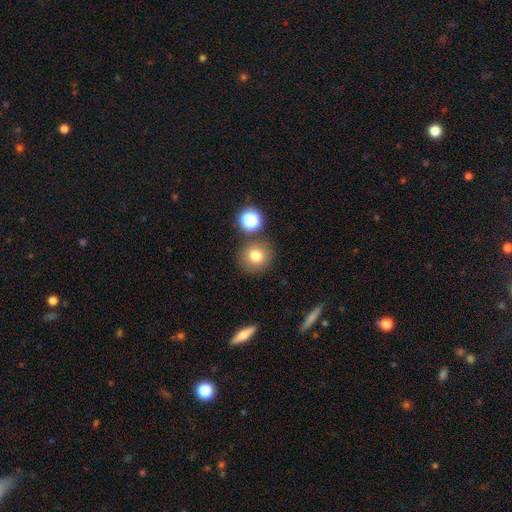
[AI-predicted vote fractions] Smooth or featured? Predicted: smooth (p=0.77). How rounded? Predicted: round (p=0.90). Merging? Predicted: none (p=0.81).